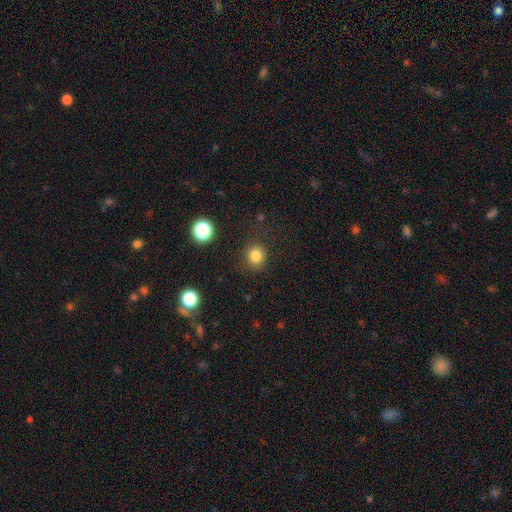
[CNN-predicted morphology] Smooth or featured?
  - smooth: 82% *
  - star or artifact: 13%
  - featured or disk: 5%
How rounded?
  - round: 87% *
  - in between: 12%
  - cigar-shaped: 1%
Merging?
  - none: 87% *
  - minor disturbance: 8%
  - major disturbance: 3%
  - merger: 2%